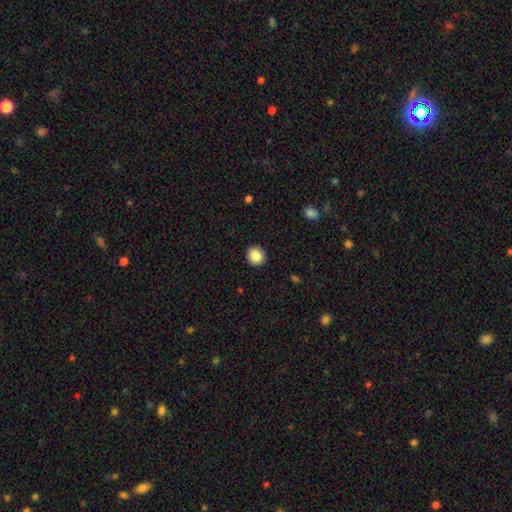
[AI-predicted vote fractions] smooth 88%, star or artifact 8%, featured or disk 4%. Down the decision tree: how rounded — round (90%); merging — none (92%).